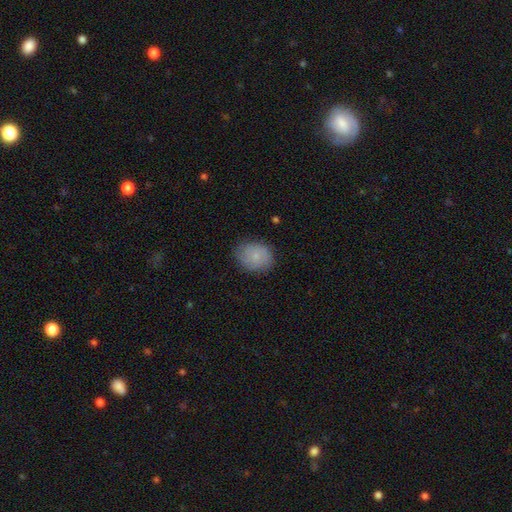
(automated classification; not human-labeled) Smooth or featured?
  - smooth: 64% *
  - featured or disk: 28%
  - star or artifact: 7%
How rounded?
  - round: 55% *
  - in between: 44%
  - cigar-shaped: 1%
Merging?
  - none: 78% *
  - minor disturbance: 17%
  - major disturbance: 4%
  - merger: 1%